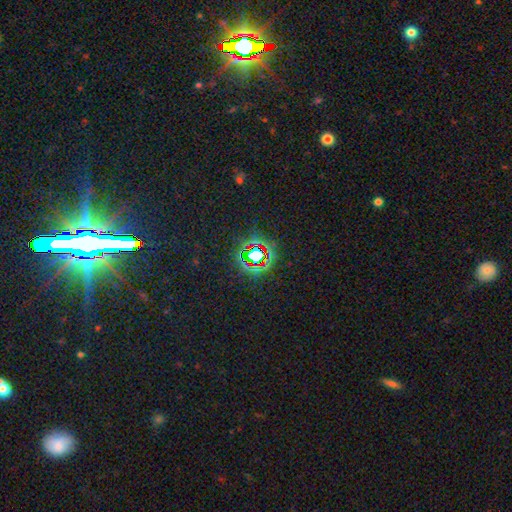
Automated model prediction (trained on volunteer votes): smooth-or-featured: star or artifact: 75% | smooth: 15% | featured or disk: 10%